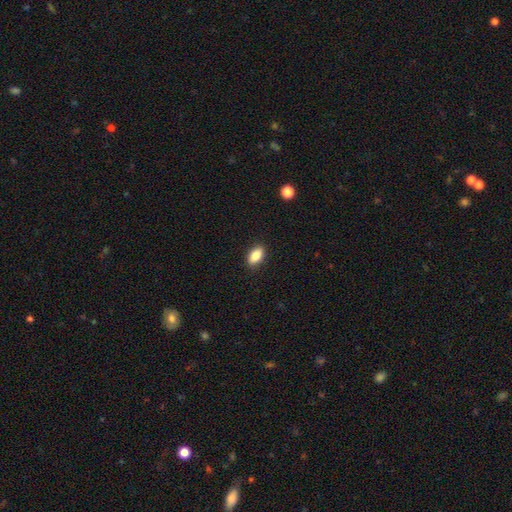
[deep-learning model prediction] This appears to be a smooth galaxy with no disk features (88%) that is in between round and cigar-shaped (91%). Merging: none (89%).